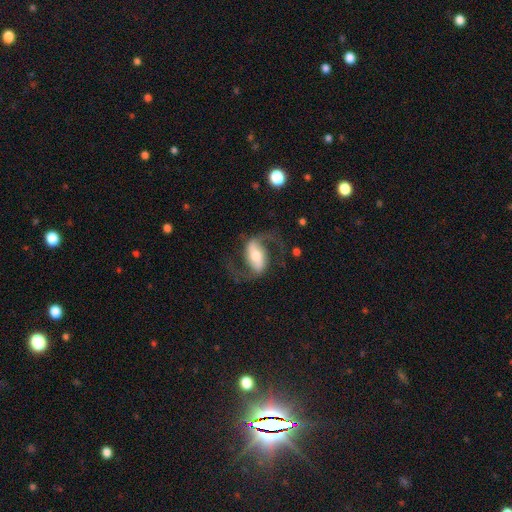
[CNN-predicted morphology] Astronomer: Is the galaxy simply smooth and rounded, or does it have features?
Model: featured or disk — 83%.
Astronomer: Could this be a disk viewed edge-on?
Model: no — 96%.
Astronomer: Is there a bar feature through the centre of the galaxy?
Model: strong — 51% (runner-up: weak, 32%).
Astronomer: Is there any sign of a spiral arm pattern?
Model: yes — 93%.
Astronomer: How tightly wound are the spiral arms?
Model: loose — 52% (runner-up: medium, 40%).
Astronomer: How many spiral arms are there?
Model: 2 — 92%.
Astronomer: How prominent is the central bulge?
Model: moderate — 58%.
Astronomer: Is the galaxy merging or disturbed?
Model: none — 69%.